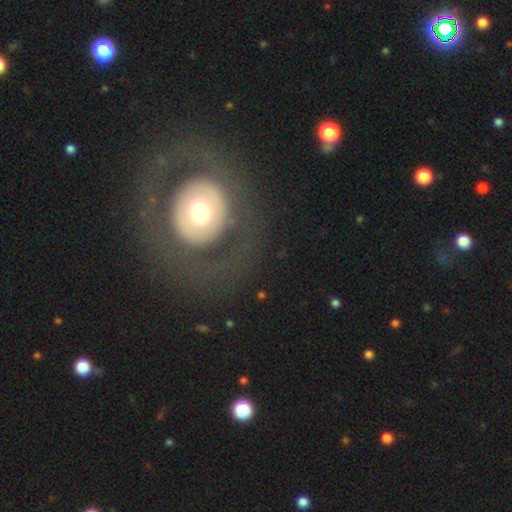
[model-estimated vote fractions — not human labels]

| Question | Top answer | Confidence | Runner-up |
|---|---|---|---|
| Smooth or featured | featured or disk | 51% | smooth (41%) |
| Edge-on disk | no | 94% | yes (6%) |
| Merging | none | 81% | major disturbance (9%) |